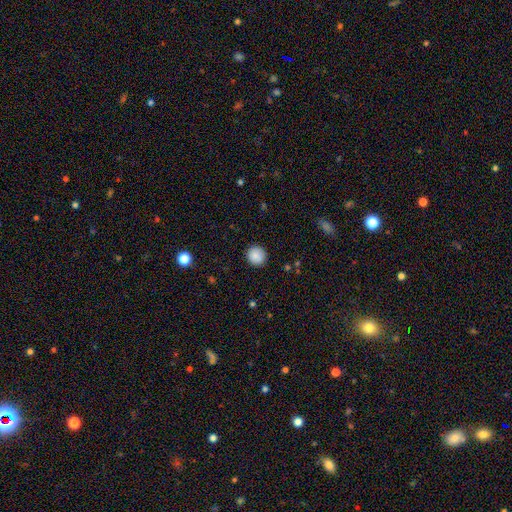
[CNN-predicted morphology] type=smooth (88%); roundness=round (92%); merging=none (91%).